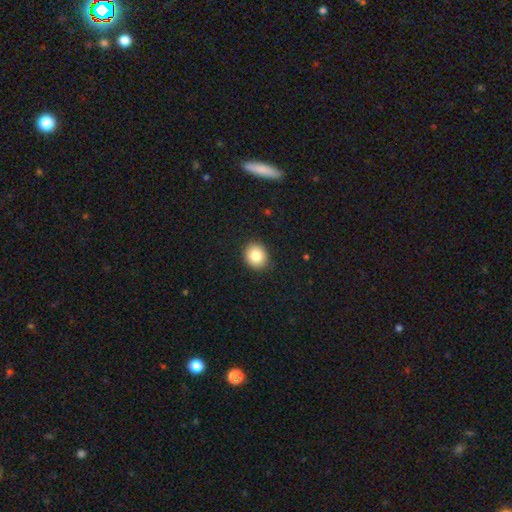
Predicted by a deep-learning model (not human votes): A smooth galaxy with no disk features (82%) that is round (73%). Merging: none (91%).